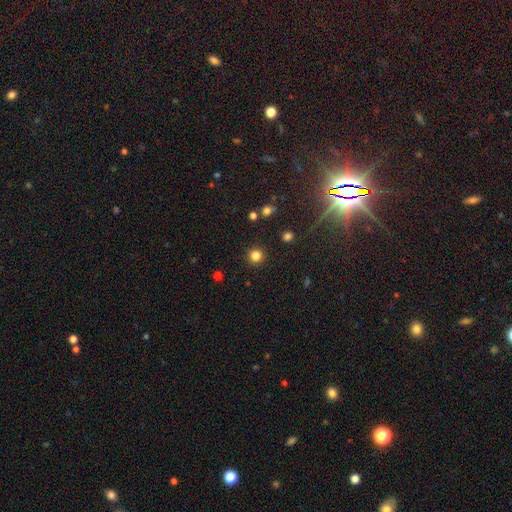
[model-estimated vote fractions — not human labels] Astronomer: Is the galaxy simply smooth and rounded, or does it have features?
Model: smooth — 82%.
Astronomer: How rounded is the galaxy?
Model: round — 95%.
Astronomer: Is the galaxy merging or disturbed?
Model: none — 92%.